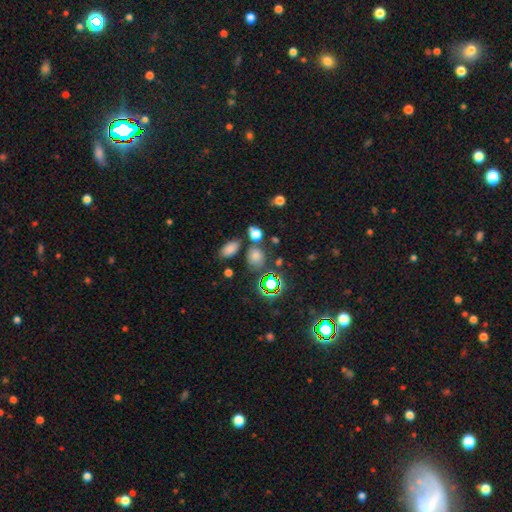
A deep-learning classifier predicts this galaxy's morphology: Q: Smooth or featured?
A: smooth (67%); runner-up: star or artifact (26%)
Q: How rounded?
A: round (54%); runner-up: in between (44%)
Q: Merging?
A: none (69%); runner-up: merger (15%)